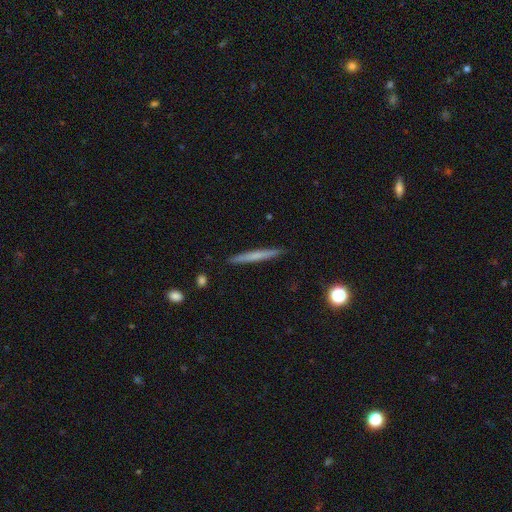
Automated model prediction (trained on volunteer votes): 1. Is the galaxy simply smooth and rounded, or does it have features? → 59% smooth, 35% featured or disk, 6% star or artifact.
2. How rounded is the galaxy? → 96% cigar-shaped, 2% in between, 2% round.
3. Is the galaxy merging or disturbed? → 92% none, 6% minor disturbance, 1% major disturbance, 1% merger.